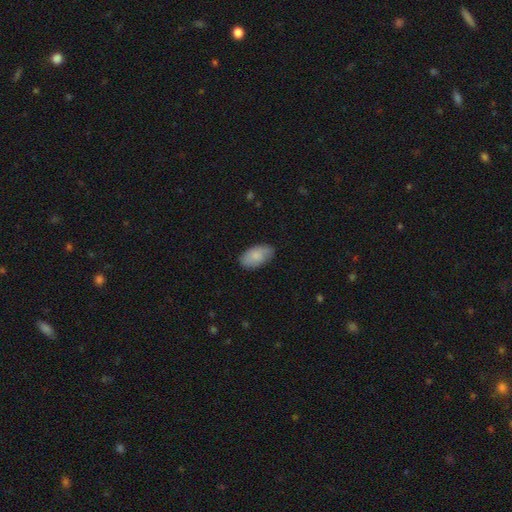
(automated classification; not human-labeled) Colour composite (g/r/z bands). It shows a smooth galaxy with no disk features (81%) that is in between round and cigar-shaped (95%). Merging: none (80%).